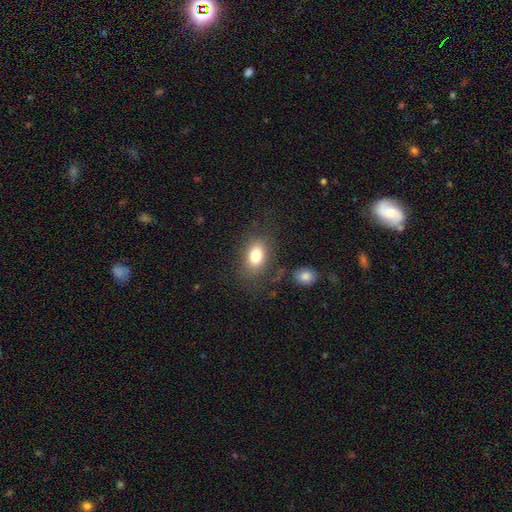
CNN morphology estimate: Smooth or featured? smooth (81%)
How rounded? in between (85%)
Merging? none (76%)